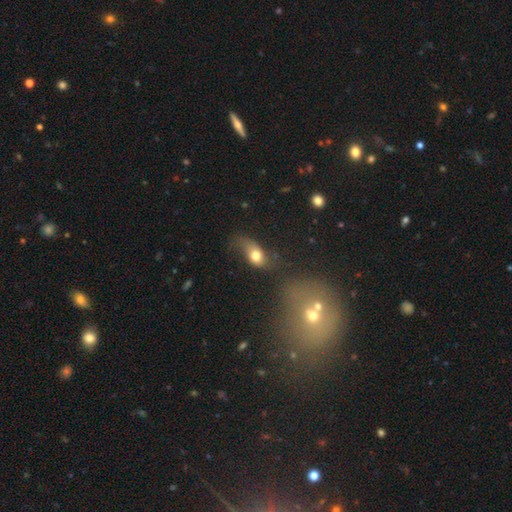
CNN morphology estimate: Smooth or featured? smooth (68%)
How rounded? in between (78%)
Merging? major disturbance (33%)